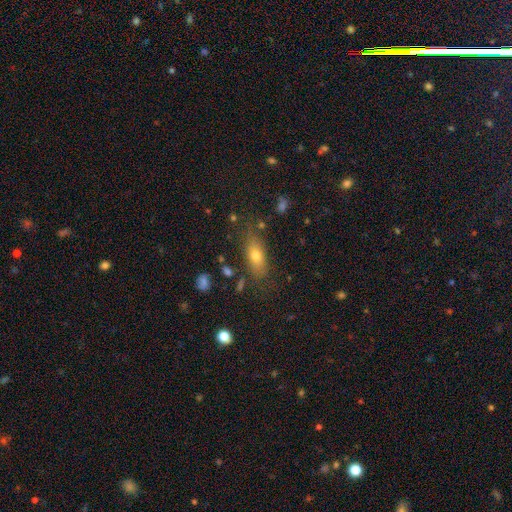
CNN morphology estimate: The model was most divided on "how rounded": in between: 73%, cigar-shaped: 20%, round: 7%. More confident: merging — none (75%); smooth or featured — smooth (71%).